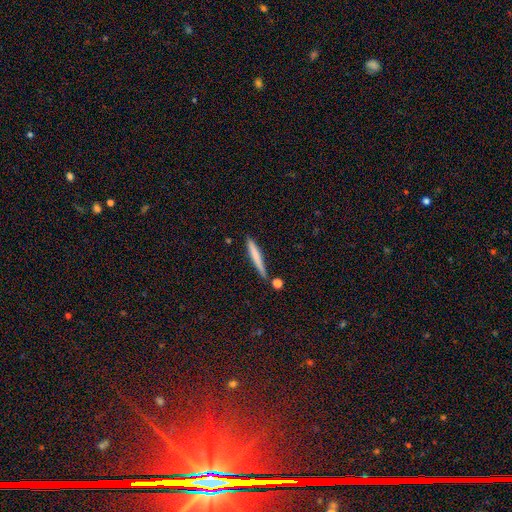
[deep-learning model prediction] A smooth galaxy with no disk features (66%) that is cigar-shaped (95%).

Vote fractions:
- Smooth or featured? smooth: 66% / featured or disk: 27% / star or artifact: 6%
- How rounded? cigar-shaped: 95% / in between: 3% / round: 1%
- Merging? none: 75% / minor disturbance: 14% / merger: 8% / major disturbance: 3%